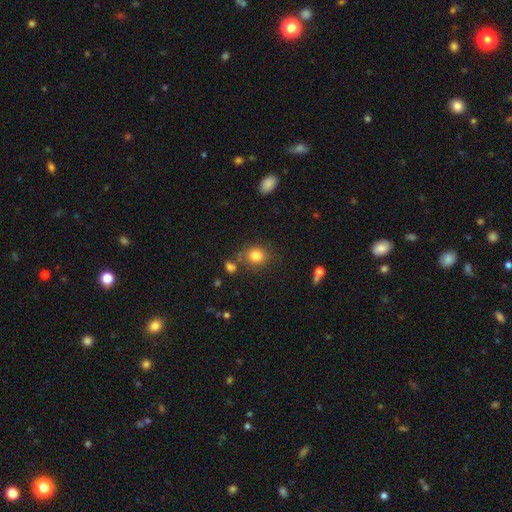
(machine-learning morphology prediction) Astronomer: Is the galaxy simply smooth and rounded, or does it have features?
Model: smooth — 82%.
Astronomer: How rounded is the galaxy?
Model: round — 70%.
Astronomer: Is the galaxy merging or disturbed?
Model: none — 76%.